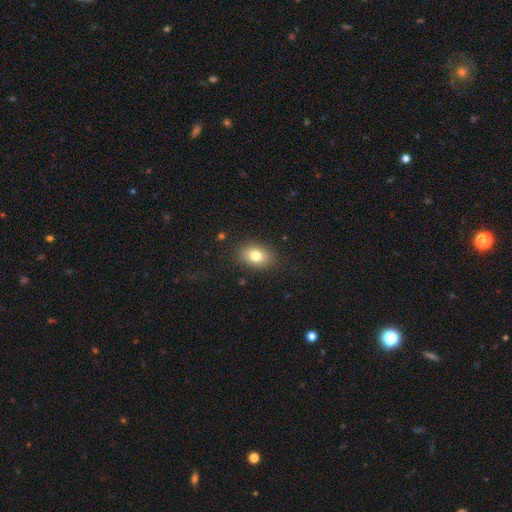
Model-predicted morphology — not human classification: A smooth galaxy with no disk features (79%) that is in between round and cigar-shaped (76%). Merging: none (86%).